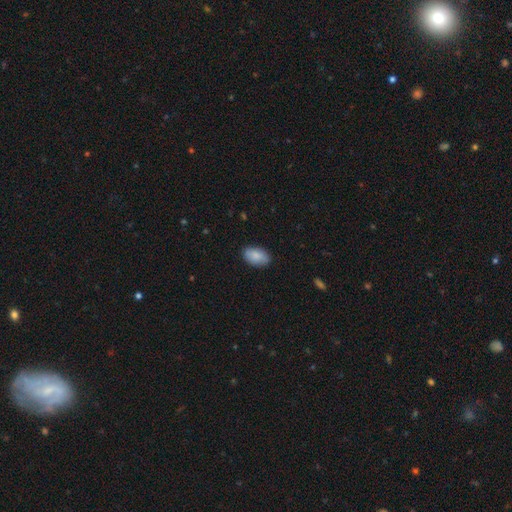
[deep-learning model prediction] Morphology: type=smooth (86%); roundness=in between (93%); merging=none (85%).